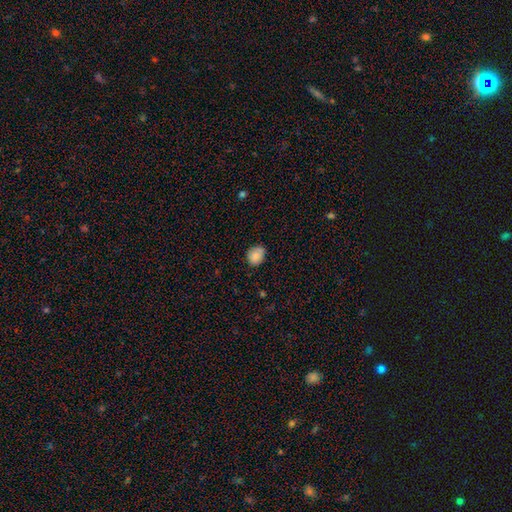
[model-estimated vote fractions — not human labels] This is clearly a smooth galaxy (86%). How rounded: likely round (65%). Merging: likely none (73%).